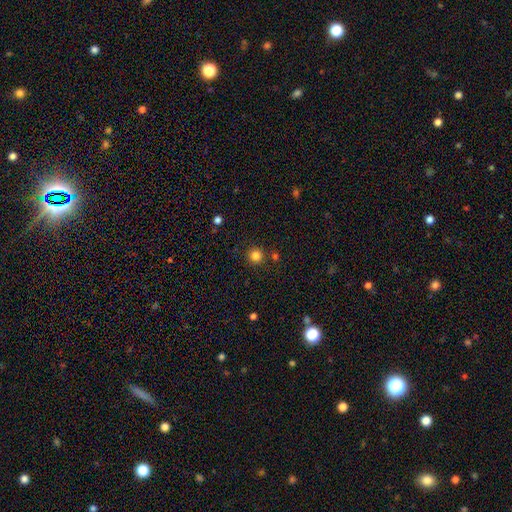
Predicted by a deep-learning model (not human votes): smooth_or_featured: smooth (p=0.82) [alt: star or artifact p=0.13]
how_rounded: round (p=0.95) [alt: in between p=0.04]
merging: none (p=0.88) [alt: minor disturbance p=0.06]